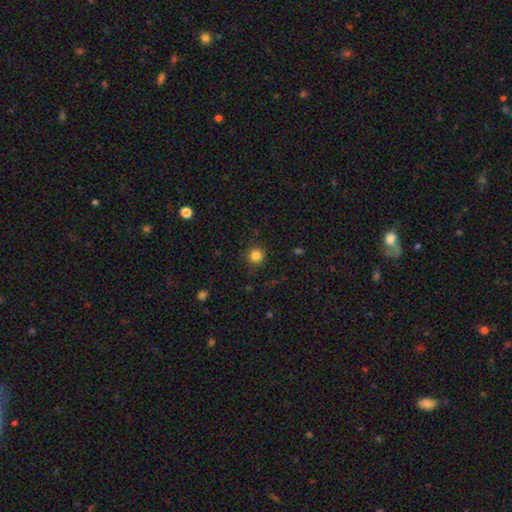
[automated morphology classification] A smooth galaxy with no disk features (84%) that is round (94%). Merging: none (89%).